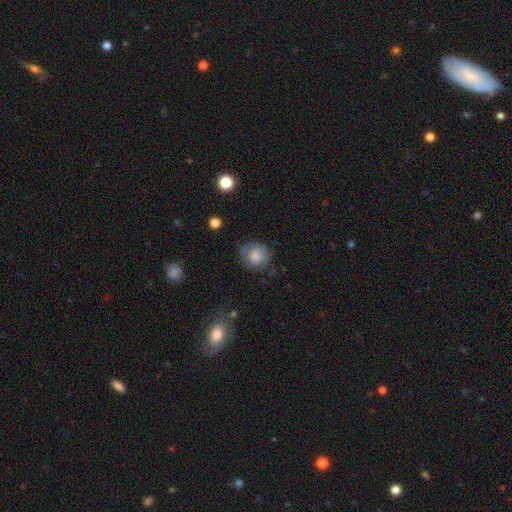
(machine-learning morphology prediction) A smooth galaxy with no disk features (75%) that is round (82%). Merging: none (63%).